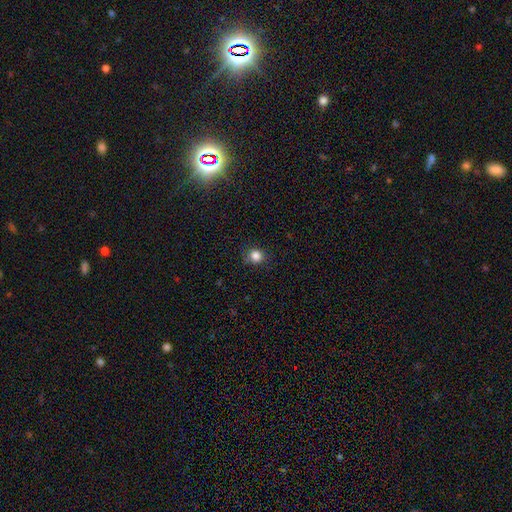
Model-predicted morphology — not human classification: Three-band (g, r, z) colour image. It shows a smooth galaxy with no disk features (83%) that is round (84%). Merging: none (83%).